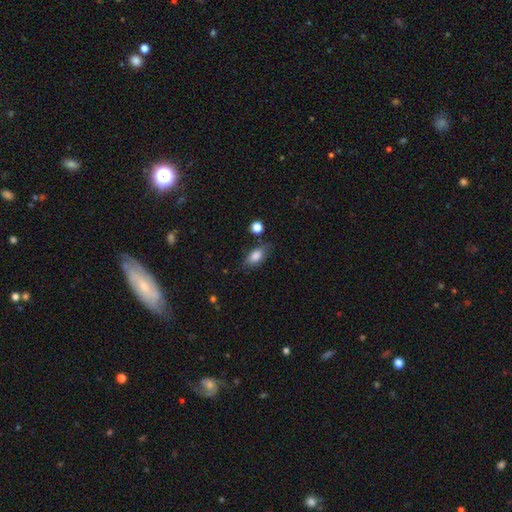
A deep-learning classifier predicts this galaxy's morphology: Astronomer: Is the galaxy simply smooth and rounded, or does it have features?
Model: smooth — 81%.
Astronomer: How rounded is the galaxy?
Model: in between — 86%.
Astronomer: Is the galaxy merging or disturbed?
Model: none — 70%.